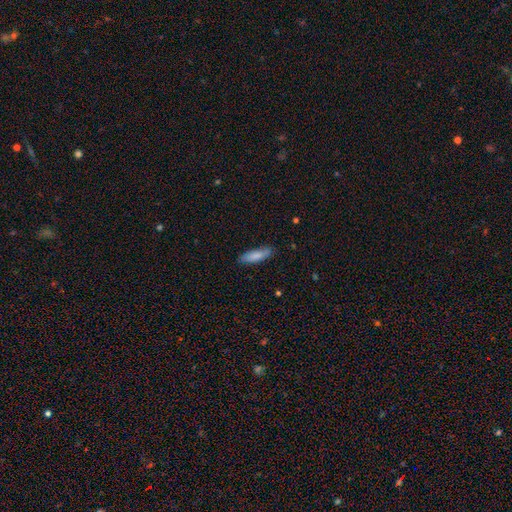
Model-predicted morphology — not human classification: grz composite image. It shows a smooth galaxy with no disk features (82%) that is cigar-shaped (59%). Merging: none (81%).